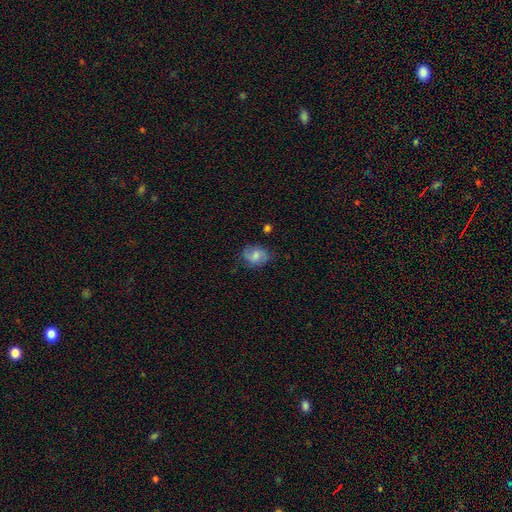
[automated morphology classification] A smooth galaxy with no disk features (59%) that is in between round and cigar-shaped (55%). Merging: none (70%).